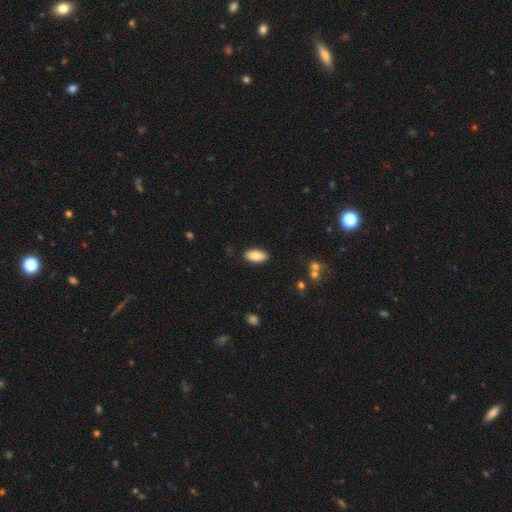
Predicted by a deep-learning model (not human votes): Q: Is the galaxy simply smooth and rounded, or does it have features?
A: smooth — 87%.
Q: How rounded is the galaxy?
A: in between — 93%.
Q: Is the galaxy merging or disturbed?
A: none — 88%.